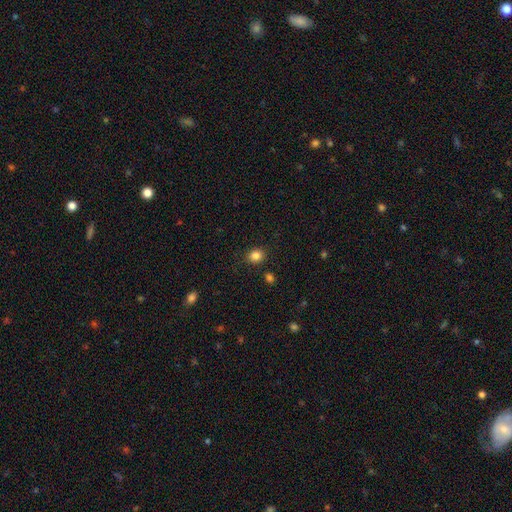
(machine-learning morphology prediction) smooth-or-featured: smooth: 84% | star or artifact: 12% | featured or disk: 4%
  how-rounded: round: 70% | in between: 29% | cigar-shaped: 1%
  merging: none: 86% | minor disturbance: 9% | merger: 3% | major disturbance: 3%